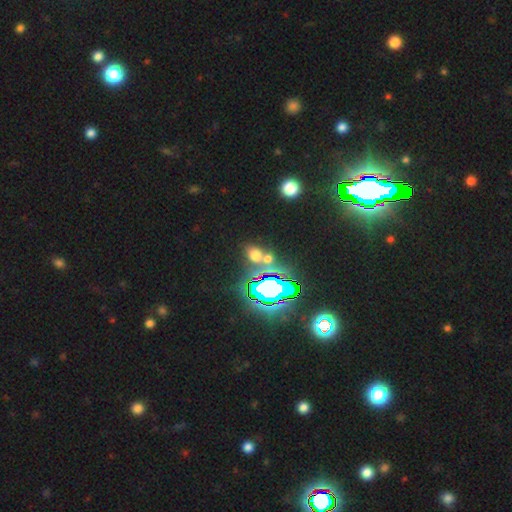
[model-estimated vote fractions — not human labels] Morphology: type=star or artifact (46%).